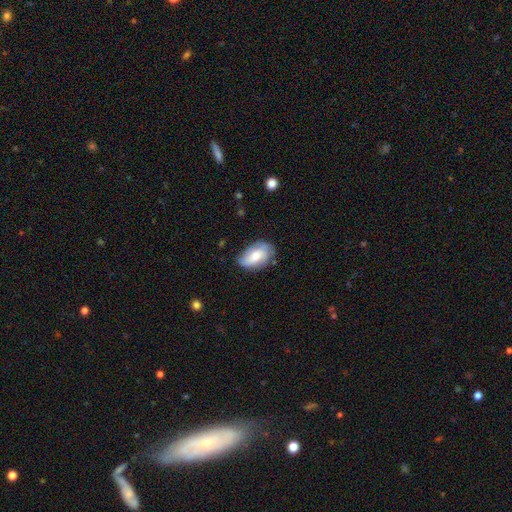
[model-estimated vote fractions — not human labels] This is possibly a smooth galaxy (59%). How rounded: clearly in between (91%). Merging: likely none (66%).